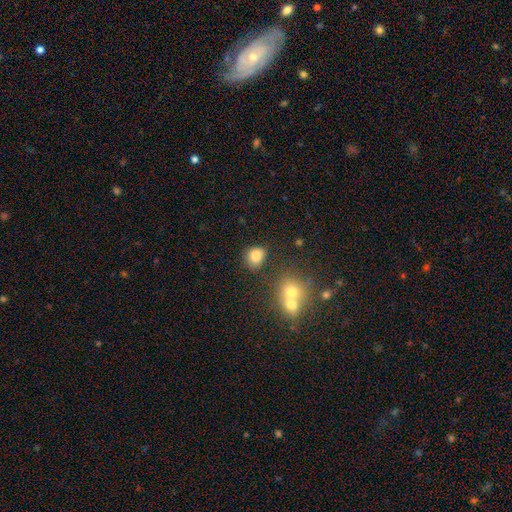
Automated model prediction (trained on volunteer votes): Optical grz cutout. It shows a smooth galaxy with no disk features (83%) that is round (61%). Merging: none (71%).